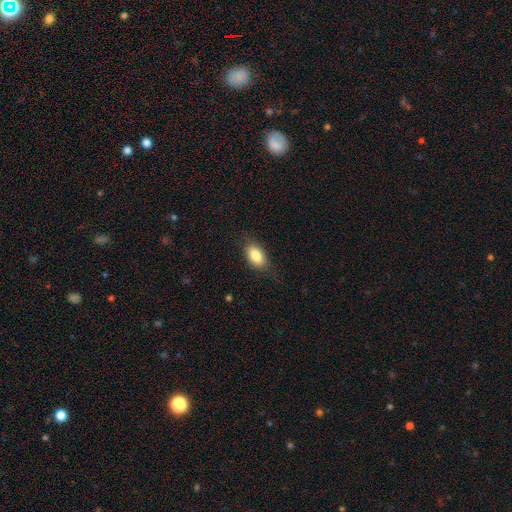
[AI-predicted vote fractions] This is clearly a smooth galaxy (83%). How rounded: clearly in between (90%). Merging: clearly none (81%).